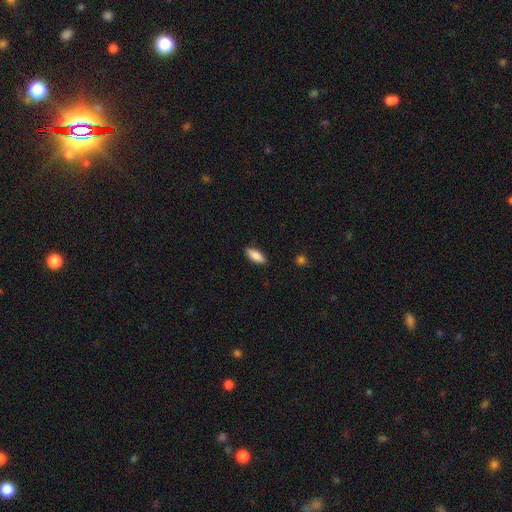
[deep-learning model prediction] Morphology: type=smooth (85%); roundness=in between (77%); merging=none (87%).